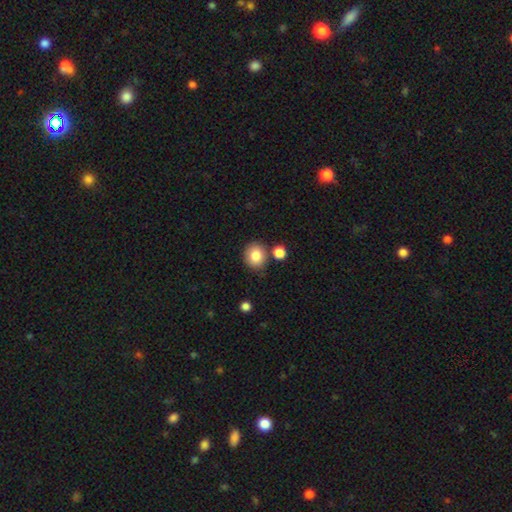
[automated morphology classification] Smooth or featured: smooth — 83% (star or artifact — 9%)
How rounded: round — 74% (in between — 26%)
Merging: none — 75% (minor disturbance — 12%)